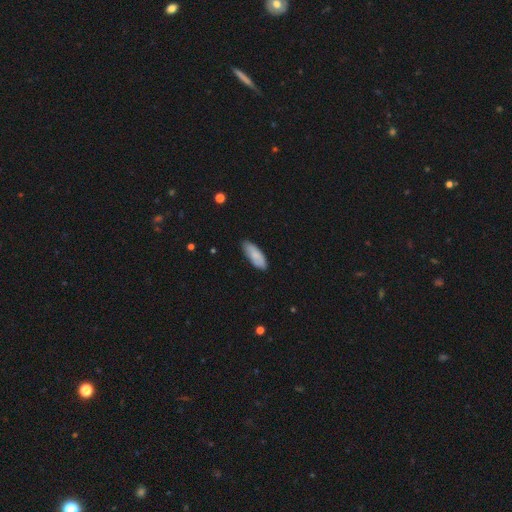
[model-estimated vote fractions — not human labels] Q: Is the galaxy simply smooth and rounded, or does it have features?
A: smooth — 81%.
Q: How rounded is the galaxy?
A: in between — 75%.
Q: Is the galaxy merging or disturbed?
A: none — 80%.